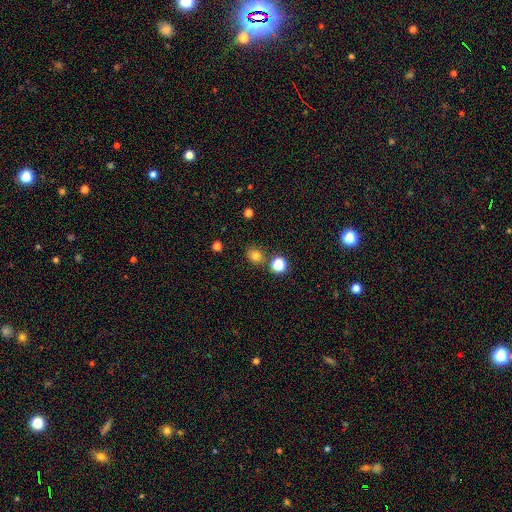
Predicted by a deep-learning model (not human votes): Smooth or featured: smooth — 79% (star or artifact — 15%)
How rounded: round — 67% (in between — 32%)
Merging: none — 78% (merger — 10%)